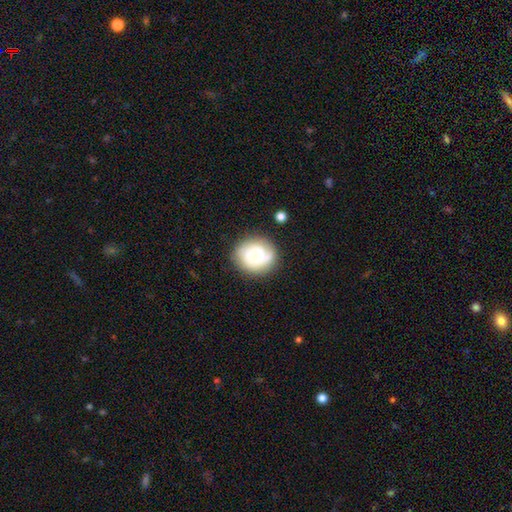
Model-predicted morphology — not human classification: Smooth or featured? smooth (50%)
Merging? none (73%)